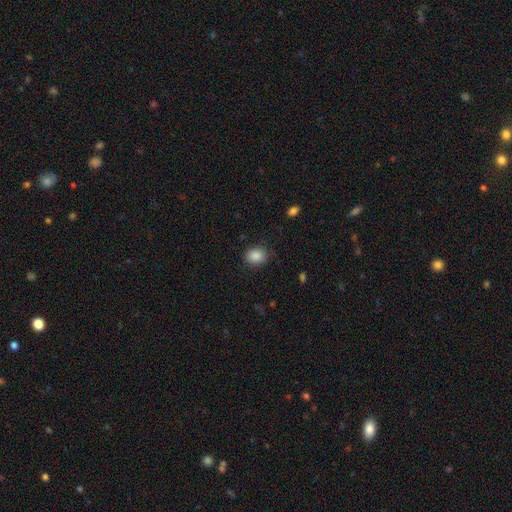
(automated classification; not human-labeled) The model was most divided on "how rounded": round: 55%, in between: 44%, cigar-shaped: 1%. More confident: smooth or featured — smooth (87%); merging — none (85%).